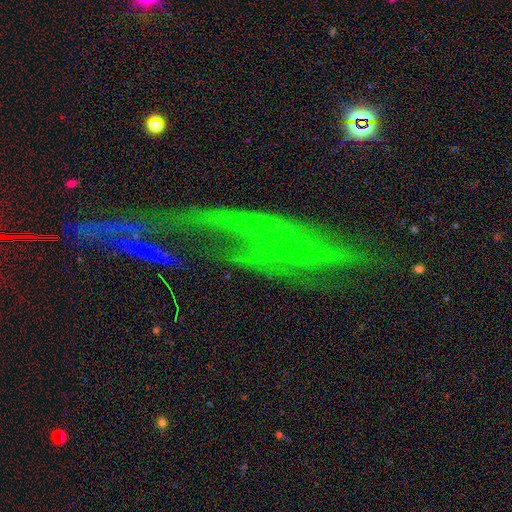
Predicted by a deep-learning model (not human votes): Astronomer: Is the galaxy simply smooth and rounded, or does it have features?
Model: star or artifact — 55%.